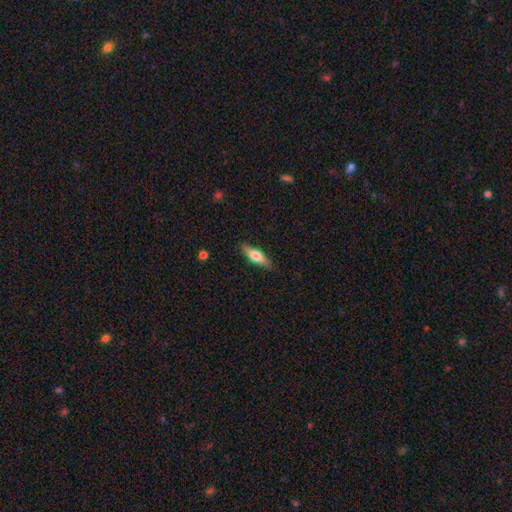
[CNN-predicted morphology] This is likely a smooth galaxy (61%). How rounded: possibly cigar-shaped (51%). Merging: clearly none (87%).